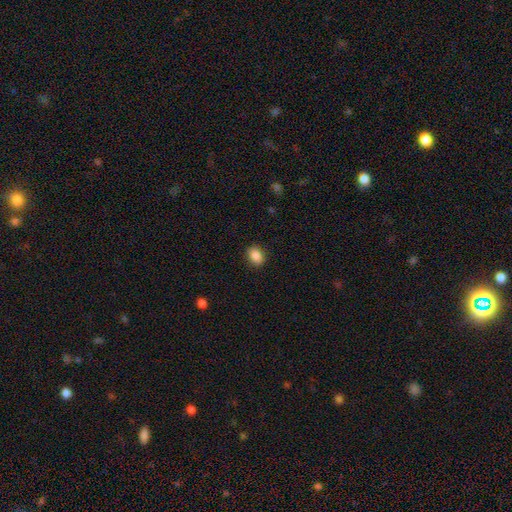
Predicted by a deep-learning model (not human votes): Smooth or featured? Predicted: smooth (p=0.87). How rounded? Predicted: in between (p=0.52). Merging? Predicted: none (p=0.89).